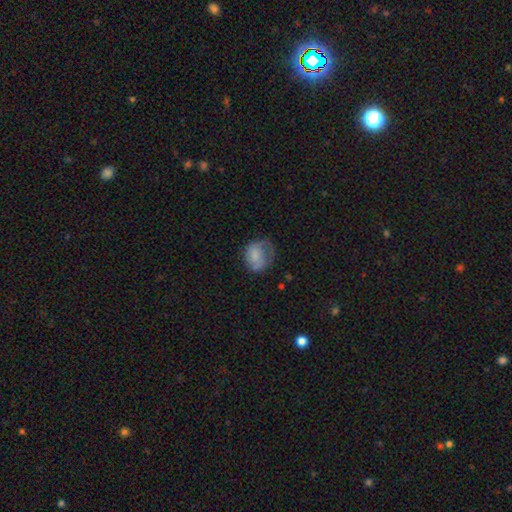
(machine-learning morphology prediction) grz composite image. It shows a smooth galaxy with no disk features (67%) that is round (56%). Merging: none (41%).